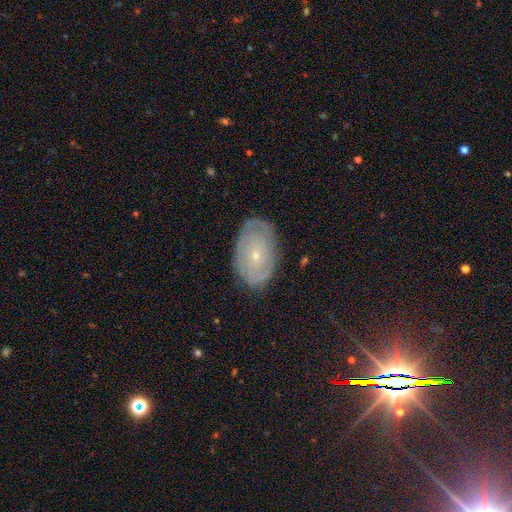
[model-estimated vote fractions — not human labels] smooth-or-featured: featured or disk: 59% | smooth: 31% | star or artifact: 10%
  disk-edge-on: no: 93% | yes: 7%
    bar: no: 83% | weak: 13% | strong: 3%
    has-spiral-arms: yes: 65% | no: 35%
    bulge-size: small: 79% | moderate: 18% | none: 1% | large: 1% | dominant: 1%
  merging: none: 79% | minor disturbance: 16% | major disturbance: 4% | merger: 1%